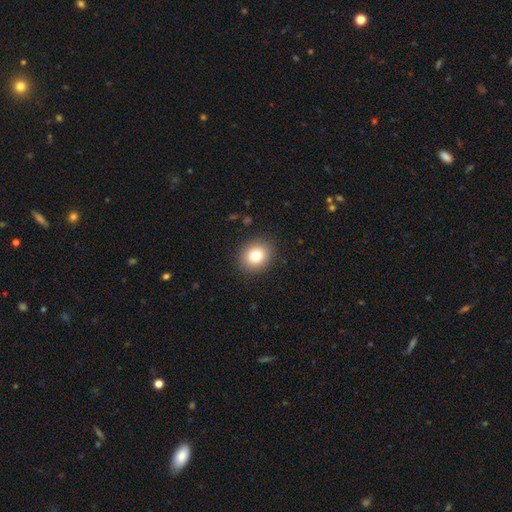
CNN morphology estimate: type=smooth (78%); roundness=round (73%); merging=none (90%).